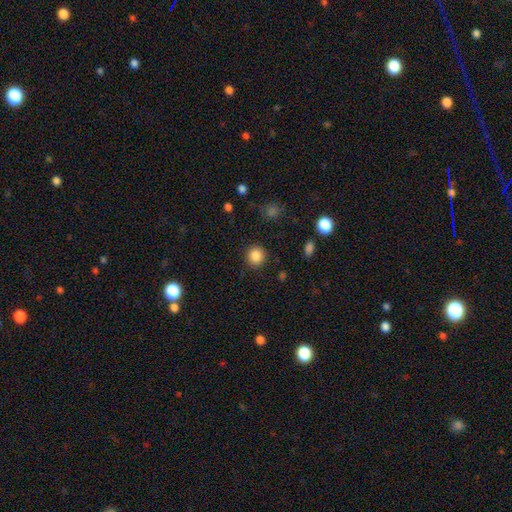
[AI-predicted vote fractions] A smooth galaxy with no disk features (86%) that is round (92%).

Vote fractions:
- Smooth or featured? smooth: 86% / star or artifact: 10% / featured or disk: 4%
- How rounded? round: 92% / in between: 7% / cigar-shaped: 1%
- Merging? none: 90% / minor disturbance: 6% / major disturbance: 2% / merger: 1%